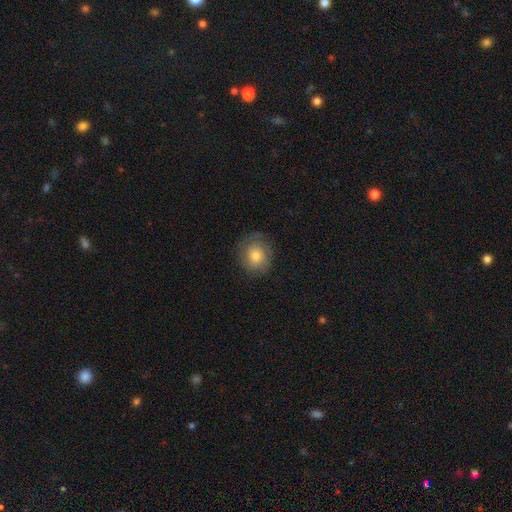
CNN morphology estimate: A smooth galaxy with no disk features (68%) that is round (83%). Merging: none (76%).